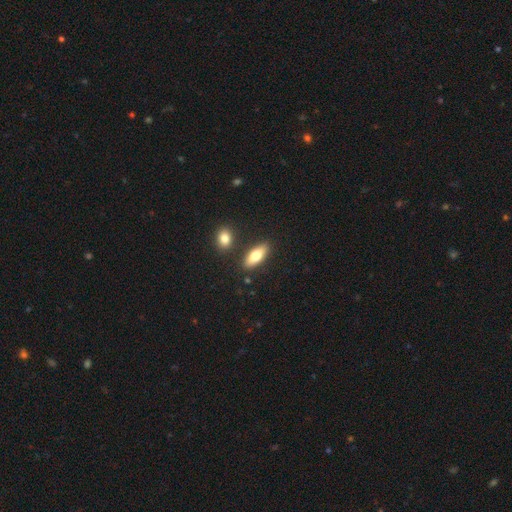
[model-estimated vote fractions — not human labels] Smooth or featured? smooth (73%)
How rounded? in between (74%)
Merging? none (82%)